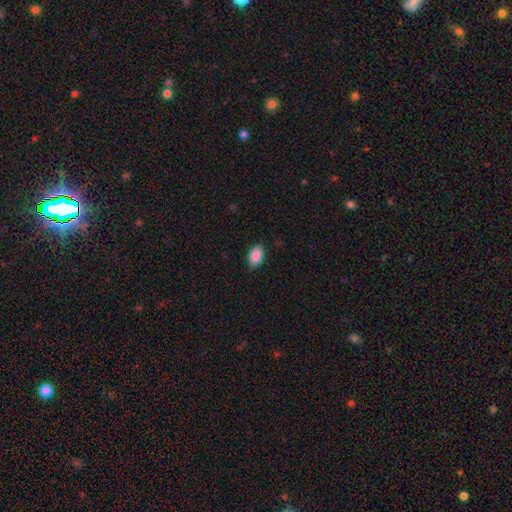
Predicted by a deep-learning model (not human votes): Q: Smooth or featured?
A: smooth (89%); runner-up: star or artifact (7%)
Q: How rounded?
A: in between (91%); runner-up: round (7%)
Q: Merging?
A: none (85%); runner-up: minor disturbance (12%)